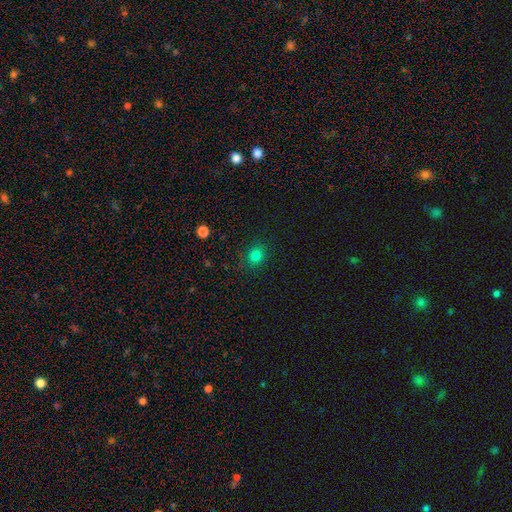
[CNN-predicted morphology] The model was most divided on "how rounded": round: 78%, in between: 21%, cigar-shaped: 1%. More confident: merging — none (87%); smooth or featured — smooth (80%).